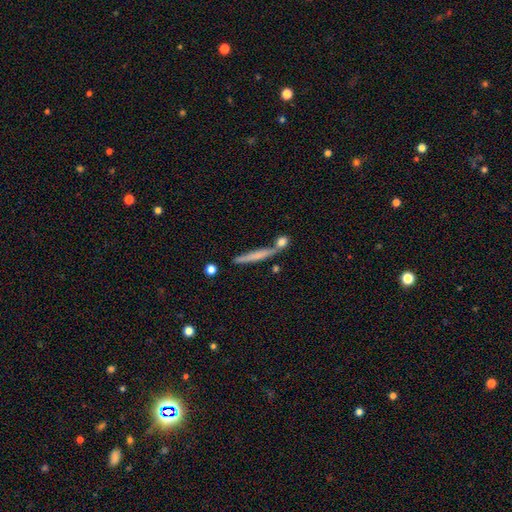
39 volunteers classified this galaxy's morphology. Smooth or featured? 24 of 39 (62%) said smooth. How rounded? 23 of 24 (96%) said cigar-shaped. Merging? 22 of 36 (61%) said none.